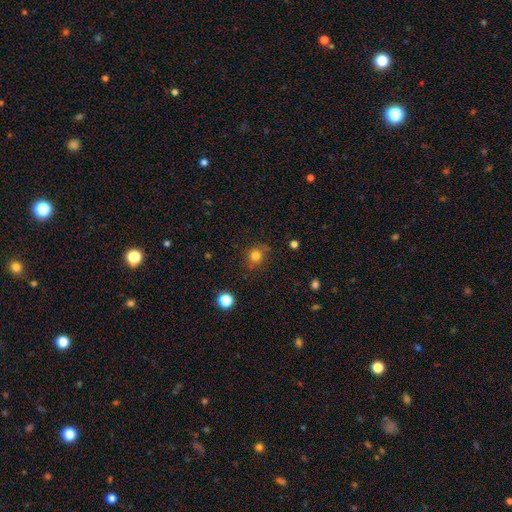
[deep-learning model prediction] Morphology: type=smooth (80%); roundness=round (83%); merging=none (77%).